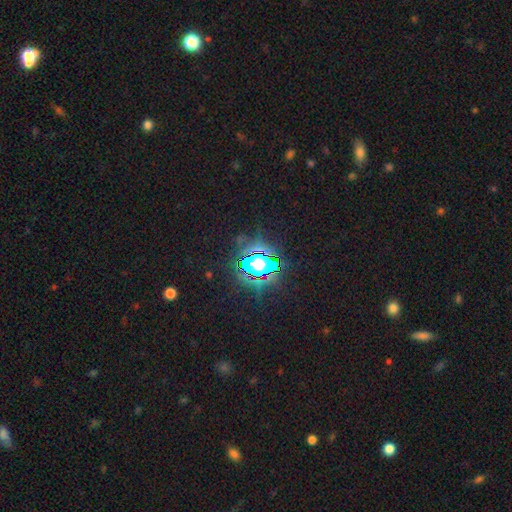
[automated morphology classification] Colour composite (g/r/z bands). It shows a star or artifact, not a galaxy (84%).